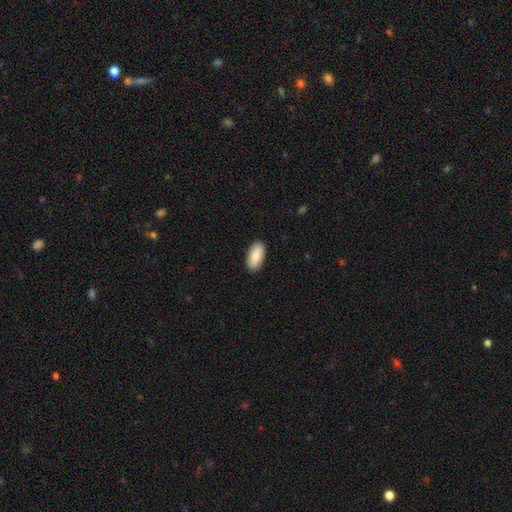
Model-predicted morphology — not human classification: A smooth galaxy with no disk features (82%) that is in between round and cigar-shaped (91%).

Vote fractions:
- Smooth or featured? smooth: 82% / featured or disk: 12% / star or artifact: 6%
- How rounded? in between: 91% / cigar-shaped: 7% / round: 2%
- Merging? none: 89% / minor disturbance: 8% / major disturbance: 2% / merger: 1%